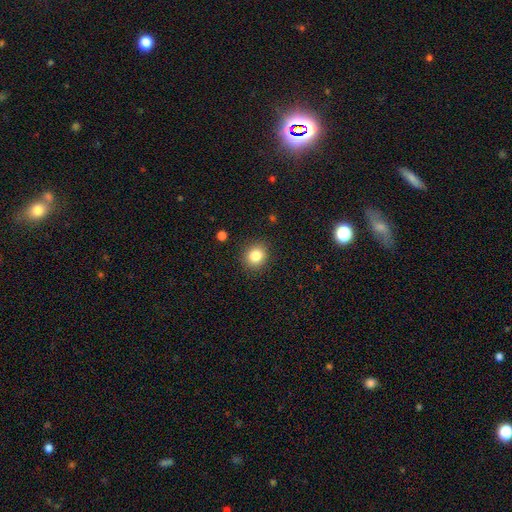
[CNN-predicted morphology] smooth_or_featured: smooth (p=0.83) [alt: star or artifact p=0.10]
how_rounded: round (p=0.77) [alt: in between p=0.22]
merging: none (p=0.89) [alt: minor disturbance p=0.07]